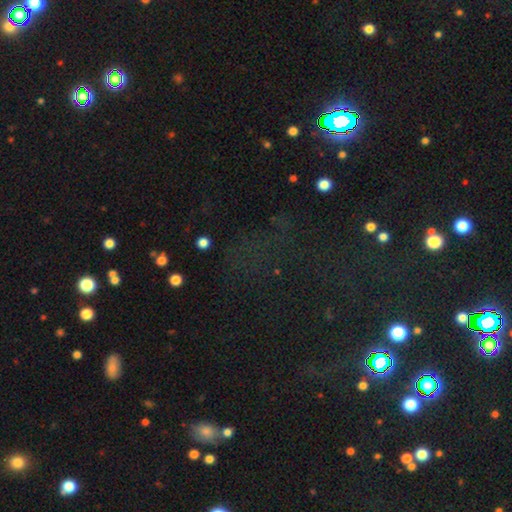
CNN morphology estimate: Smooth or featured? Predicted: star or artifact (p=0.72).